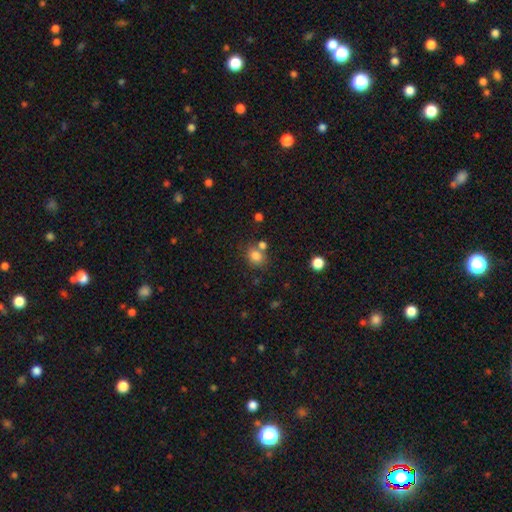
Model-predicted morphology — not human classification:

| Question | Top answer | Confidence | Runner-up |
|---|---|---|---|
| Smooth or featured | smooth | 81% | star or artifact (12%) |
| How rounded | round | 59% | in between (40%) |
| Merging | none | 63% | merger (20%) |